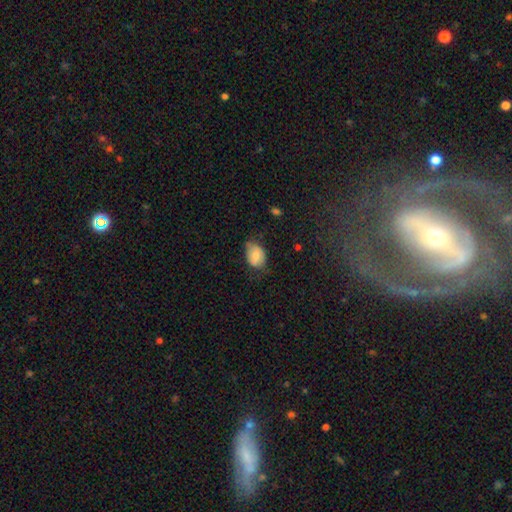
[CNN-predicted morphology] Smooth or featured?
  - smooth: 76% *
  - featured or disk: 16%
  - star or artifact: 8%
How rounded?
  - in between: 76% *
  - round: 23%
  - cigar-shaped: 1%
Merging?
  - none: 54% *
  - minor disturbance: 35%
  - major disturbance: 9%
  - merger: 2%